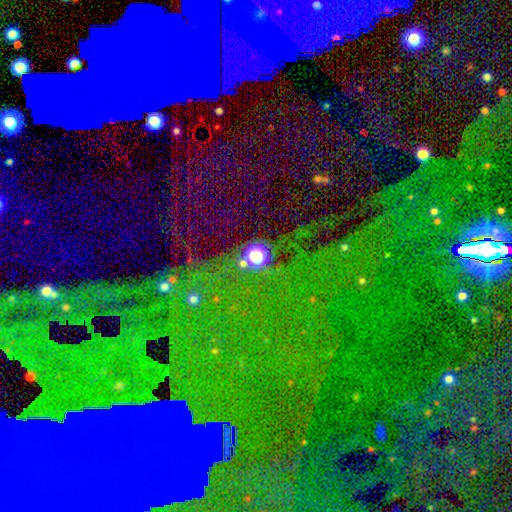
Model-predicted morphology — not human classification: Overall: star or artifact (54%; smooth 39%).